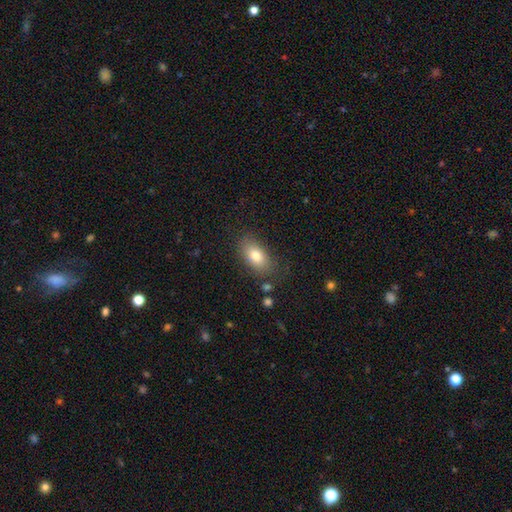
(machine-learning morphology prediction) type=smooth (79%); roundness=in between (89%); merging=none (78%).